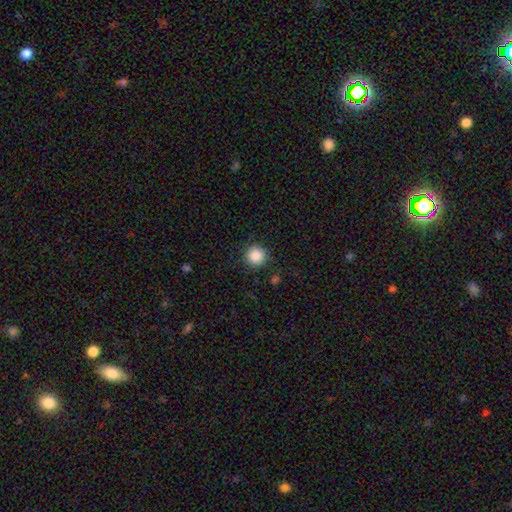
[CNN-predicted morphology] A smooth galaxy with no disk features (88%) that is round (95%).

Vote fractions:
- Smooth or featured? smooth: 88% / star or artifact: 9% / featured or disk: 3%
- How rounded? round: 95% / in between: 4% / cigar-shaped: 1%
- Merging? none: 89% / minor disturbance: 7% / major disturbance: 3% / merger: 1%